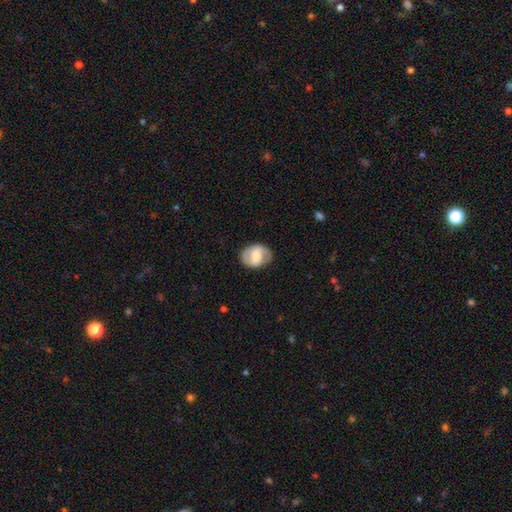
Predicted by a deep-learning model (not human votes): A featured or disk galaxy (47%).

Vote fractions:
- Smooth or featured? featured or disk: 47% / smooth: 46% / star or artifact: 7%
- Merging? none: 78% / minor disturbance: 15% / major disturbance: 5% / merger: 1%